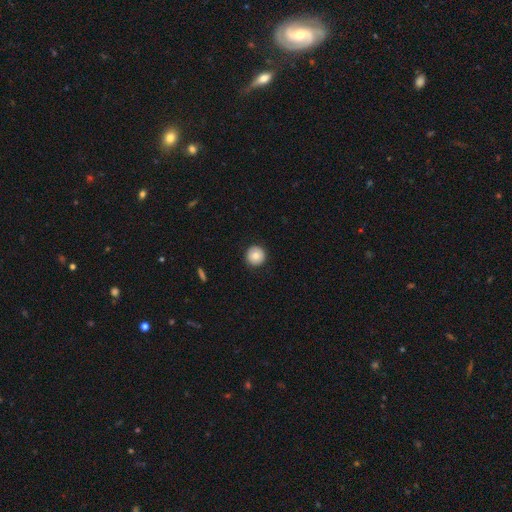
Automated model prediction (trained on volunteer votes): smooth-or-featured: smooth: 79% | featured or disk: 12% | star or artifact: 8%
  how-rounded: round: 96% | in between: 3% | cigar-shaped: 1%
  merging: none: 92% | minor disturbance: 5% | major disturbance: 2% | merger: 1%